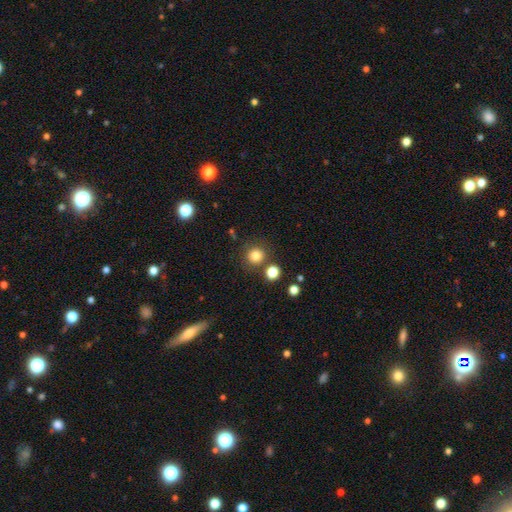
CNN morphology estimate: Q: Smooth or featured?
A: smooth (82%); runner-up: star or artifact (12%)
Q: How rounded?
A: round (92%); runner-up: in between (7%)
Q: Merging?
A: none (80%); runner-up: merger (9%)